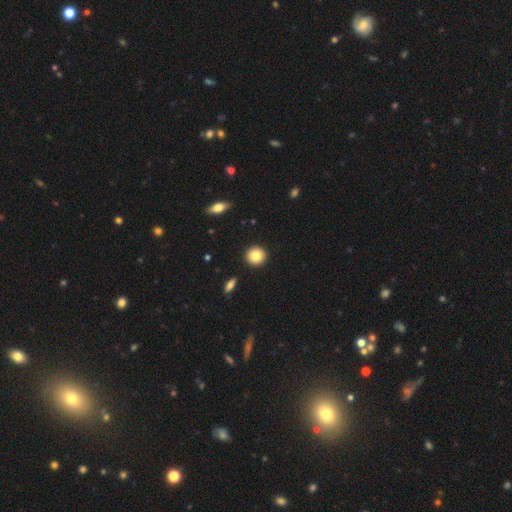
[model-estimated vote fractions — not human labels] The model was most divided on "smooth or featured": smooth: 82%, featured or disk: 9%, star or artifact: 9%. More confident: merging — none (92%); how rounded — round (91%).